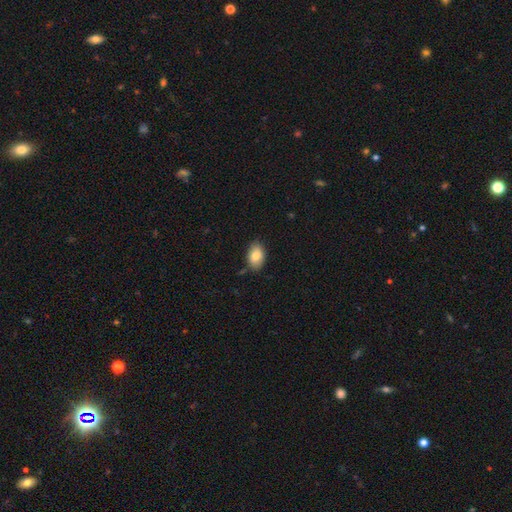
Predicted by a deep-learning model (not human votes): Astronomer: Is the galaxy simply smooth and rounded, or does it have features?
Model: smooth — 83%.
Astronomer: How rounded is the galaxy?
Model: in between — 91%.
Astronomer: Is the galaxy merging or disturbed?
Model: none — 84%.